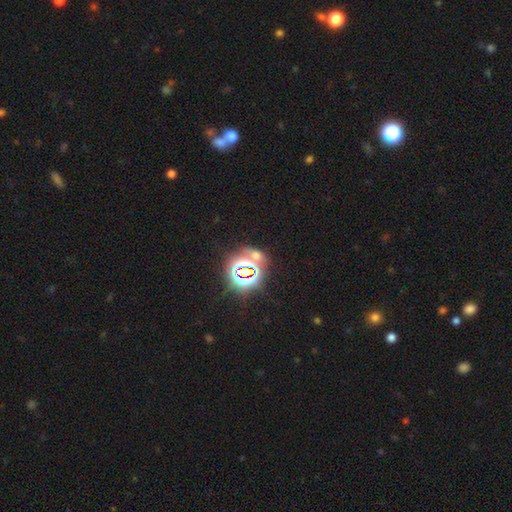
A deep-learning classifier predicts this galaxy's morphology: Smooth or featured: star or artifact — 62% (smooth — 28%)